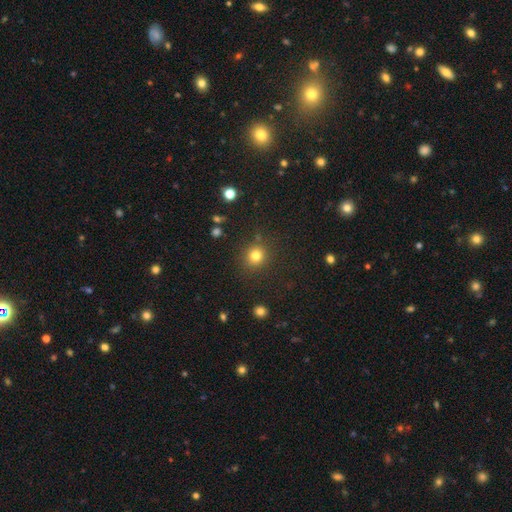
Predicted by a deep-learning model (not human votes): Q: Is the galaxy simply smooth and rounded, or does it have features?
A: smooth — 80%.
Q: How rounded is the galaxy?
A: round — 88%.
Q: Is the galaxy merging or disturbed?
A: none — 86%.